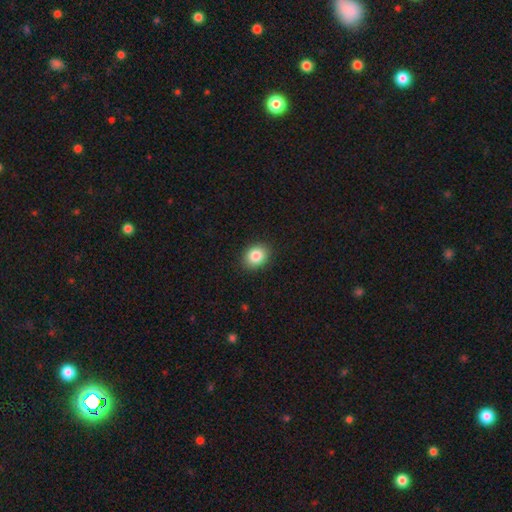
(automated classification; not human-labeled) A smooth galaxy with no disk features (85%) that is round (53%).

Vote fractions:
- Smooth or featured? smooth: 85% / star or artifact: 9% / featured or disk: 6%
- How rounded? round: 53% / in between: 46% / cigar-shaped: 1%
- Merging? none: 90% / minor disturbance: 7% / major disturbance: 2% / merger: 1%